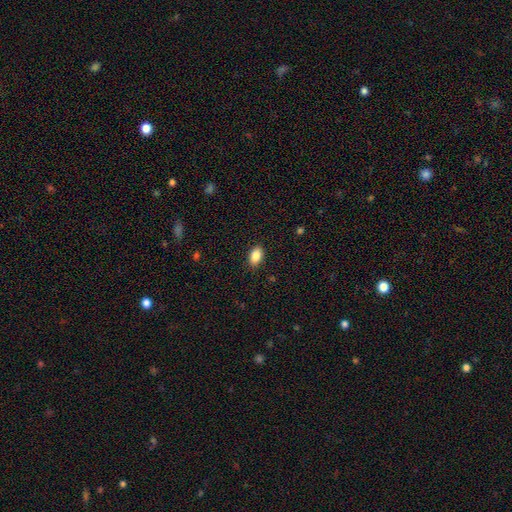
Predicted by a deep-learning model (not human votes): Q: Smooth or featured?
A: smooth (87%); runner-up: star or artifact (8%)
Q: How rounded?
A: in between (90%); runner-up: round (8%)
Q: Merging?
A: none (89%); runner-up: minor disturbance (8%)